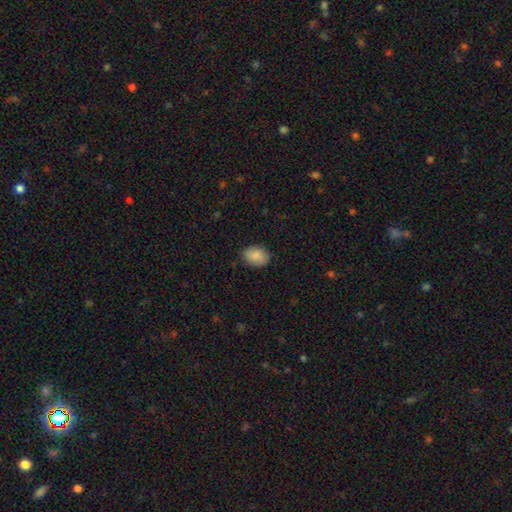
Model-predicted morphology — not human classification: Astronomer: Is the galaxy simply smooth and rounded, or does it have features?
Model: smooth — 87%.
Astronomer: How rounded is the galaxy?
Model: in between — 65%.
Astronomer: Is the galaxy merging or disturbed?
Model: none — 83%.